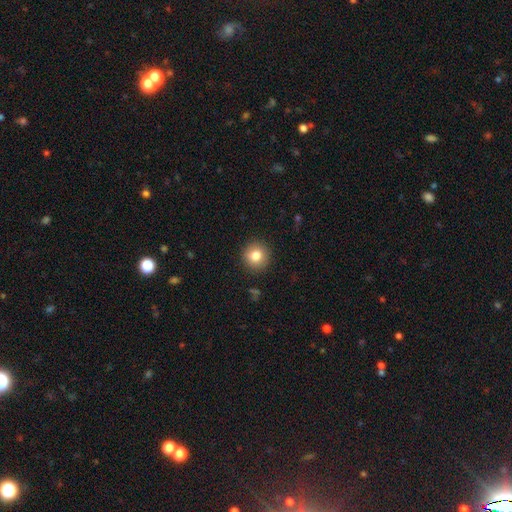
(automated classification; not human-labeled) Smooth or featured? Predicted: smooth (p=0.82). How rounded? Predicted: round (p=0.93). Merging? Predicted: none (p=0.91).